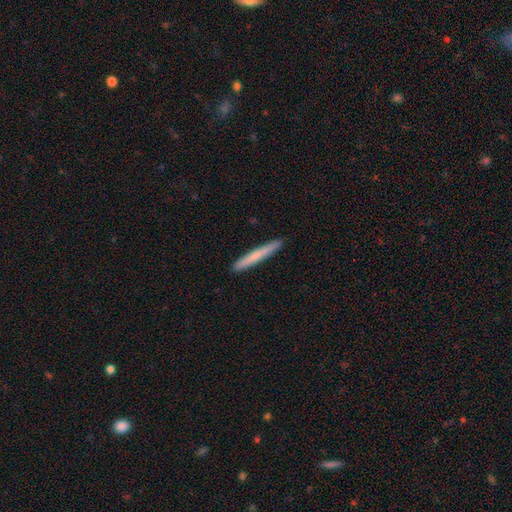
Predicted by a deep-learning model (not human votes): Q: Smooth or featured?
A: smooth (71%); runner-up: featured or disk (23%)
Q: How rounded?
A: cigar-shaped (97%); runner-up: in between (2%)
Q: Merging?
A: none (92%); runner-up: minor disturbance (6%)